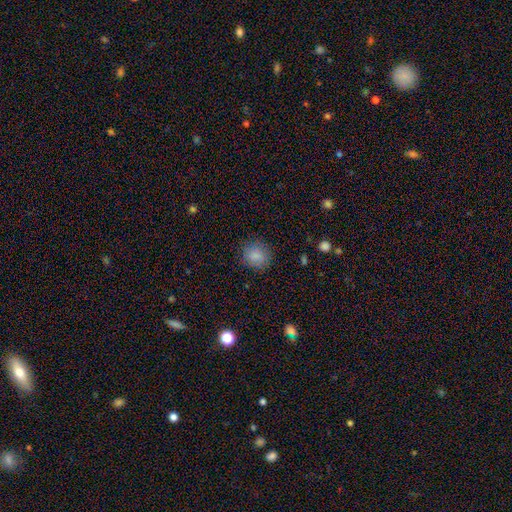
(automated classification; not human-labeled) A smooth galaxy with no disk features (85%) that is round (83%).

Vote fractions:
- Smooth or featured? smooth: 85% / star or artifact: 9% / featured or disk: 6%
- How rounded? round: 83% / in between: 16% / cigar-shaped: 1%
- Merging? none: 86% / minor disturbance: 10% / major disturbance: 3% / merger: 1%